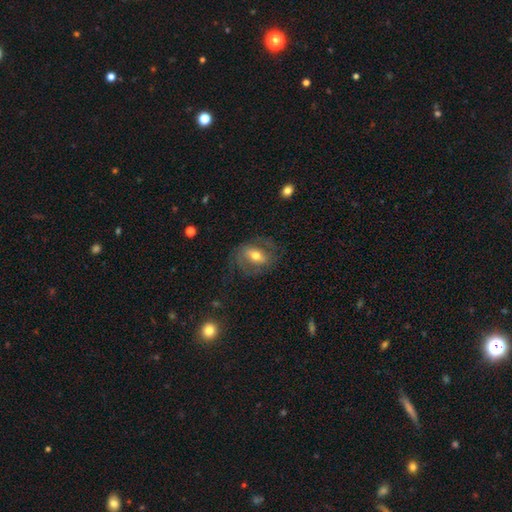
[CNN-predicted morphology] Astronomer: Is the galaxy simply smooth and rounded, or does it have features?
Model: featured or disk — 59%.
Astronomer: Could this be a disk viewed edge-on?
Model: no — 93%.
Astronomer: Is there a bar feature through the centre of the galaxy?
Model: weak — 39% (runner-up: strong, 36%).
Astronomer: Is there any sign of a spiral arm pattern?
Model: yes — 71%.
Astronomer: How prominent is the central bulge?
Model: moderate — 73%.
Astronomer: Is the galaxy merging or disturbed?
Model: none — 64%.